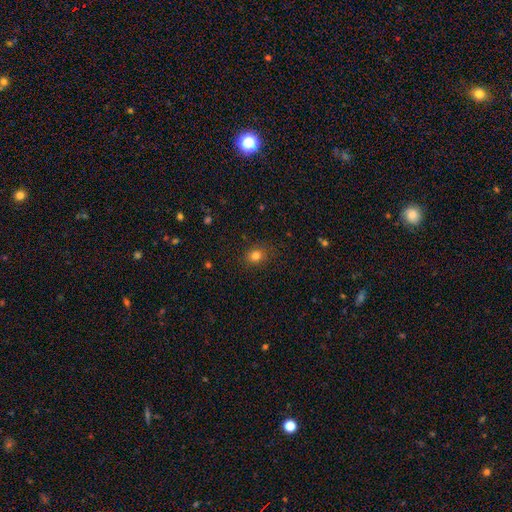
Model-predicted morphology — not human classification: Overall: smooth (80%). How rounded: round (68%; in between 31%). Merging: none (86%).